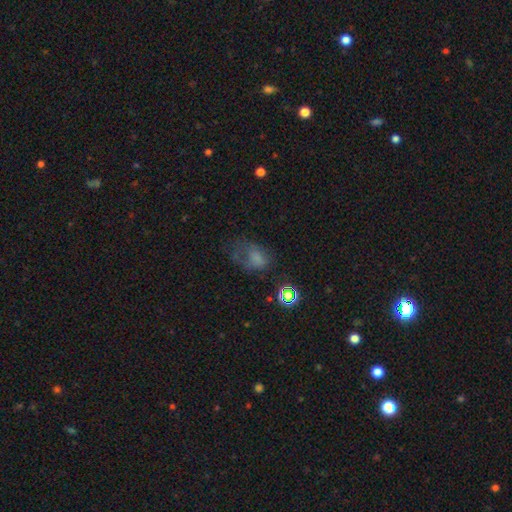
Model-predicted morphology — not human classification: Smooth or featured?
  - smooth: 55% *
  - featured or disk: 23%
  - star or artifact: 22%
How rounded?
  - in between: 71% *
  - round: 27%
  - cigar-shaped: 2%
Merging?
  - major disturbance: 39% *
  - none: 33%
  - minor disturbance: 24%
  - merger: 4%